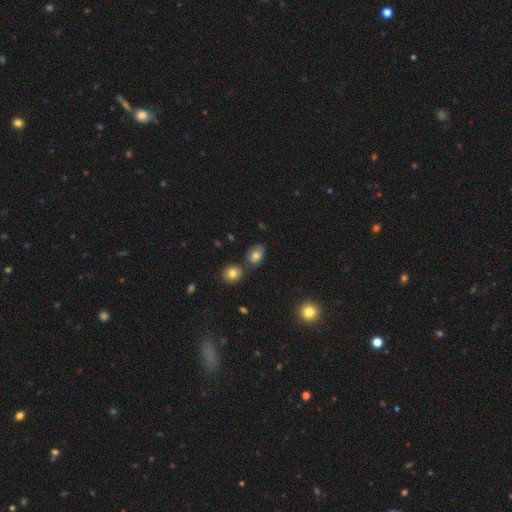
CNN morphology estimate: smooth_or_featured: smooth (p=0.74) [alt: featured or disk p=0.14]
how_rounded: in between (p=0.79) [alt: round p=0.19]
merging: none (p=0.64) [alt: minor disturbance p=0.17]